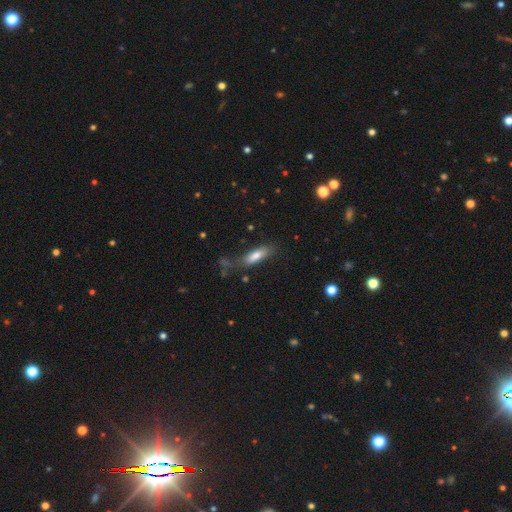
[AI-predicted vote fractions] Smooth or featured?
  - smooth: 75% *
  - featured or disk: 18%
  - star or artifact: 7%
How rounded?
  - in between: 55% *
  - cigar-shaped: 43%
  - round: 2%
Merging?
  - none: 64% *
  - minor disturbance: 22%
  - major disturbance: 10%
  - merger: 4%